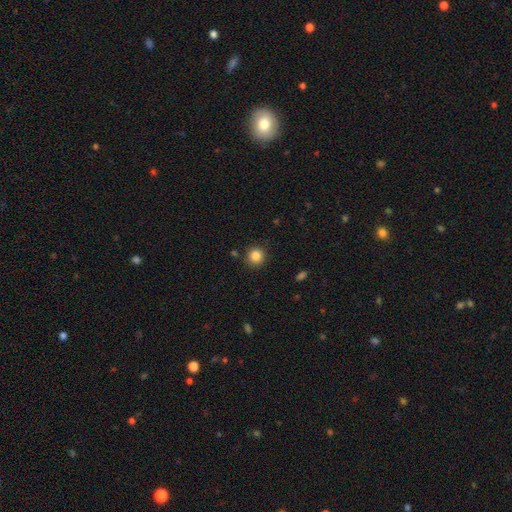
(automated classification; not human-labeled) Overall: smooth (85%). How rounded: round (92%). Merging: none (88%).